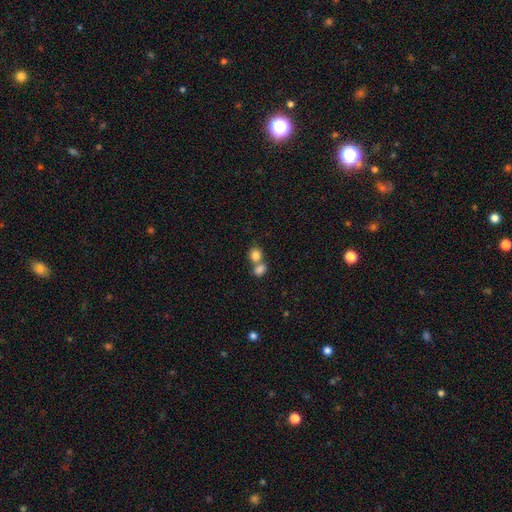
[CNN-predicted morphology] A smooth galaxy with no disk features (82%) that is round (72%).

Vote fractions:
- Smooth or featured? smooth: 82% / star or artifact: 9% / featured or disk: 8%
- How rounded? round: 72% / in between: 27% / cigar-shaped: 1%
- Merging? merger: 55% / none: 35% / minor disturbance: 7% / major disturbance: 3%